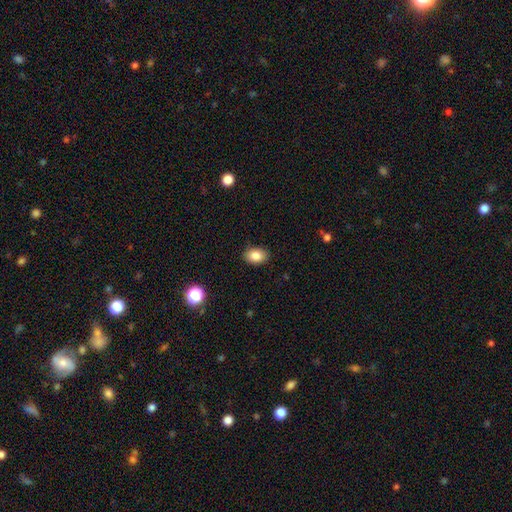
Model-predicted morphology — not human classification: smooth_or_featured: smooth (p=0.85) [alt: star or artifact p=0.09]
how_rounded: in between (p=0.82) [alt: round p=0.17]
merging: none (p=0.88) [alt: minor disturbance p=0.09]